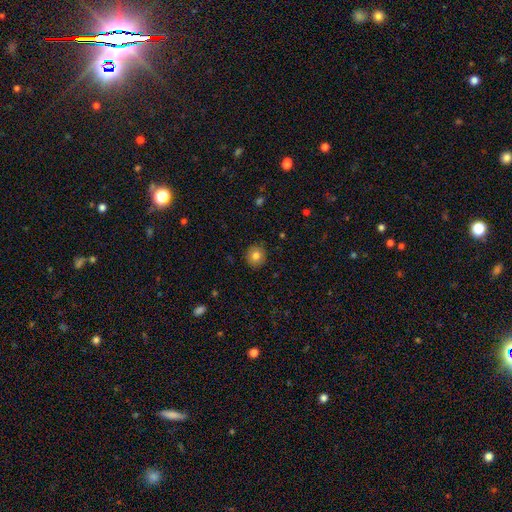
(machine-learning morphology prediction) Smooth or featured? Predicted: smooth (p=0.81). How rounded? Predicted: round (p=0.91). Merging? Predicted: none (p=0.90).